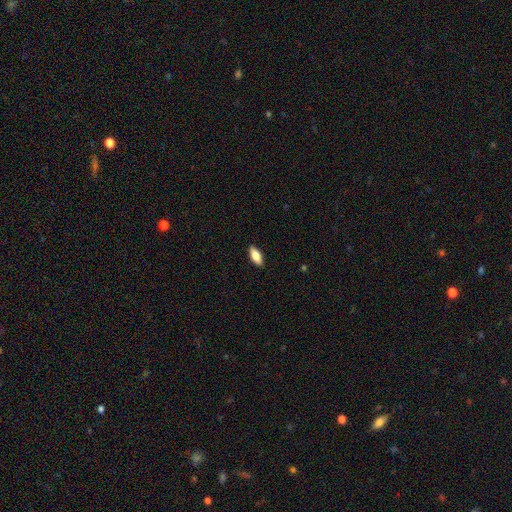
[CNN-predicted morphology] Smooth or featured?
  - smooth: 80% *
  - featured or disk: 14%
  - star or artifact: 6%
How rounded?
  - in between: 80% *
  - cigar-shaped: 18%
  - round: 2%
Merging?
  - none: 89% *
  - minor disturbance: 8%
  - major disturbance: 2%
  - merger: 1%